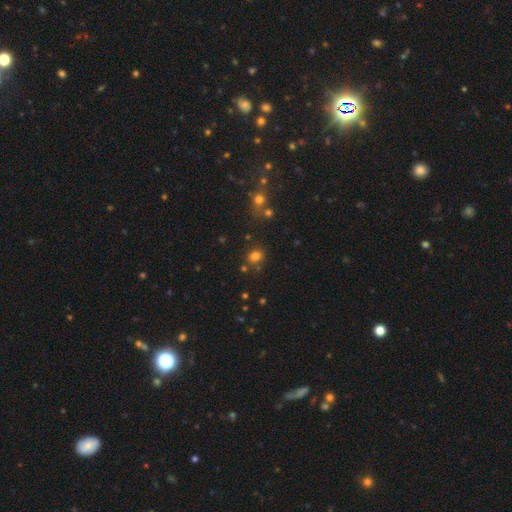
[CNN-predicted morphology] A smooth galaxy with no disk features (77%) that is round (64%).

Vote fractions:
- Smooth or featured? smooth: 77% / star or artifact: 17% / featured or disk: 6%
- How rounded? round: 64% / in between: 35% / cigar-shaped: 1%
- Merging? none: 76% / minor disturbance: 11% / merger: 9% / major disturbance: 4%